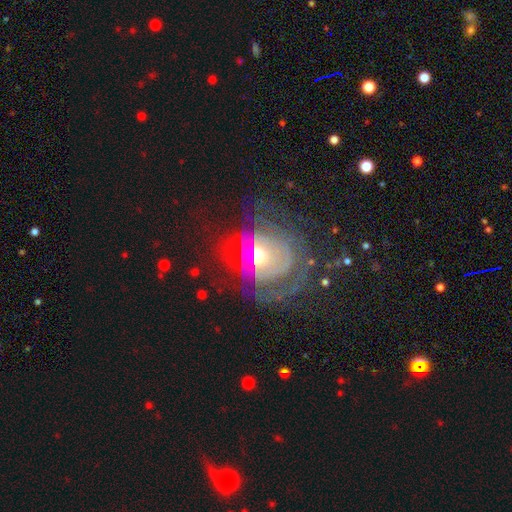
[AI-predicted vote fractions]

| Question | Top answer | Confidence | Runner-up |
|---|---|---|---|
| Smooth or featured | featured or disk | 67% | smooth (20%) |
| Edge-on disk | no | 96% | yes (4%) |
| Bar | no | 68% | weak (23%) |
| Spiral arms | yes | 68% | no (32%) |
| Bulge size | moderate | 58% | small (27%) |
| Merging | none | 52% | major disturbance (27%) |